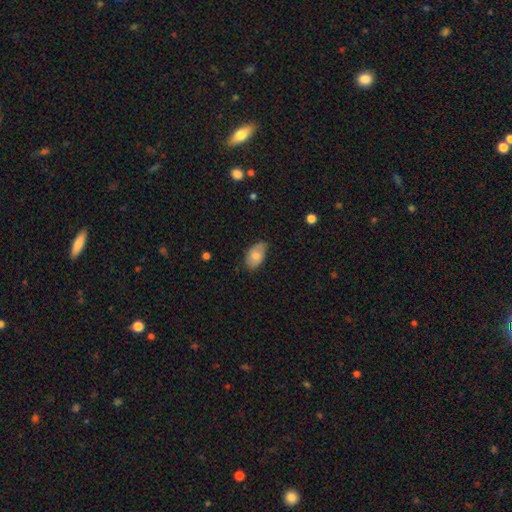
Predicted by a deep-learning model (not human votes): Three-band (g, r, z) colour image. It shows a smooth galaxy with no disk features (76%) that is in between round and cigar-shaped (92%). Merging: none (66%).